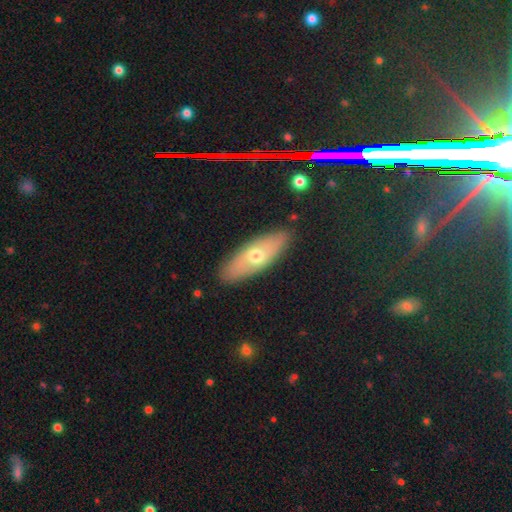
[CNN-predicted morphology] type=smooth (49%); merging=none (87%).